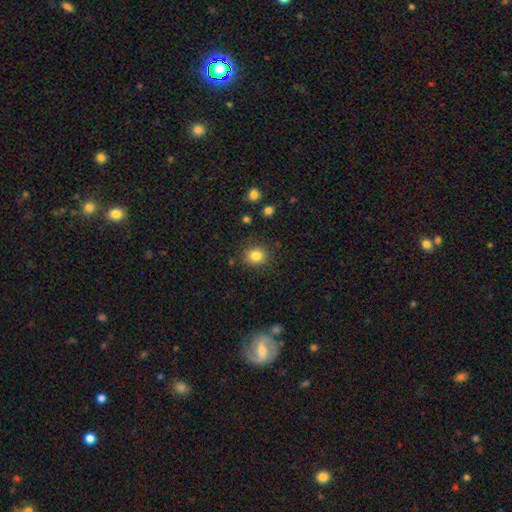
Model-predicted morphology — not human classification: The model was most divided on "how rounded": round: 80%, in between: 19%, cigar-shaped: 1%. More confident: merging — none (85%); smooth or featured — smooth (83%).